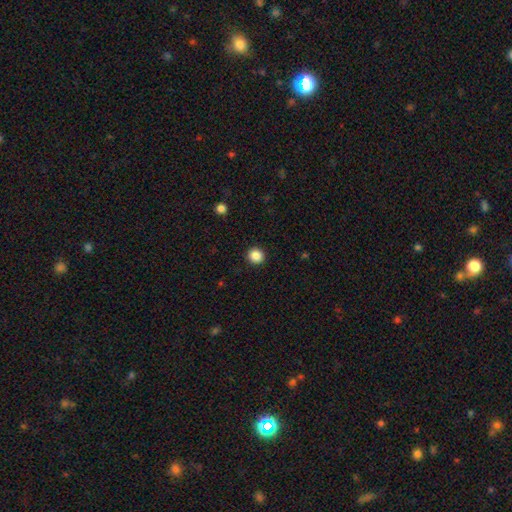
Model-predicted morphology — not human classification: Overall: smooth (87%). How rounded: round (93%). Merging: none (93%).